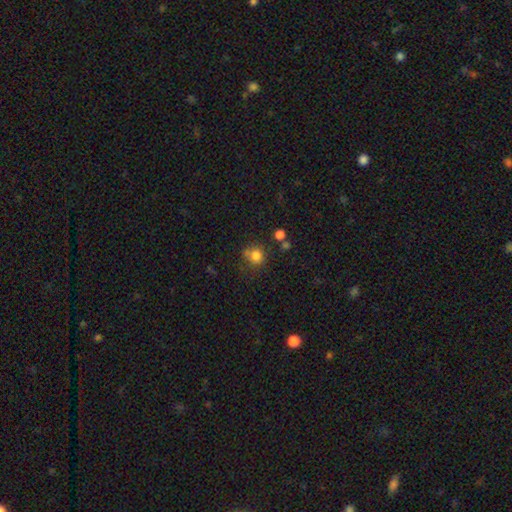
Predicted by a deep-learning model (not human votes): smooth-or-featured: smooth: 80% | star or artifact: 12% | featured or disk: 8%
  how-rounded: round: 81% | in between: 18% | cigar-shaped: 1%
  merging: none: 61% | minor disturbance: 18% | merger: 13% | major disturbance: 7%